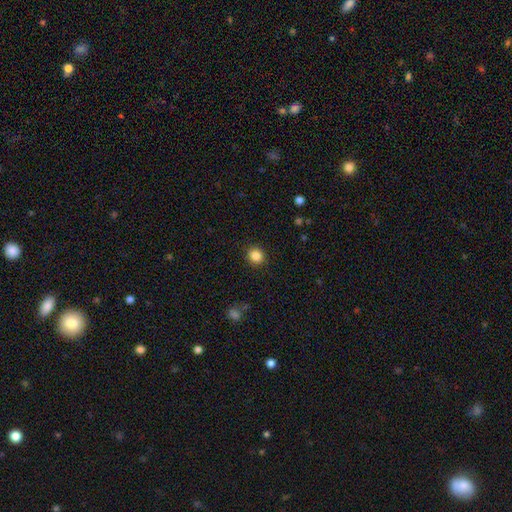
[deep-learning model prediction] smooth-or-featured: smooth: 86% | star or artifact: 10% | featured or disk: 4%
  how-rounded: round: 88% | in between: 11% | cigar-shaped: 1%
  merging: none: 91% | minor disturbance: 6% | major disturbance: 2% | merger: 1%